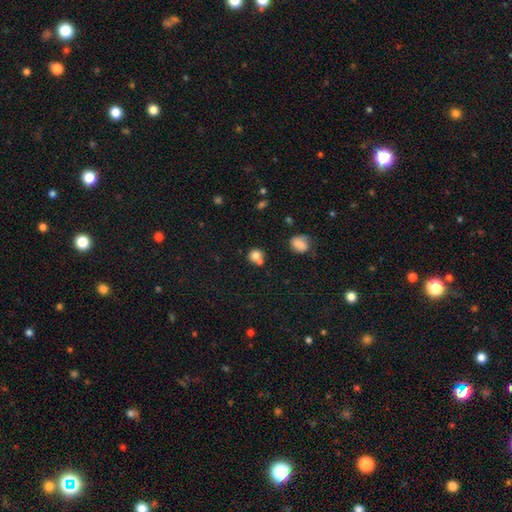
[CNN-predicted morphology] smooth 78%, star or artifact 12%, featured or disk 10%. Down the decision tree: how rounded — round (83%); merging — none (48%).